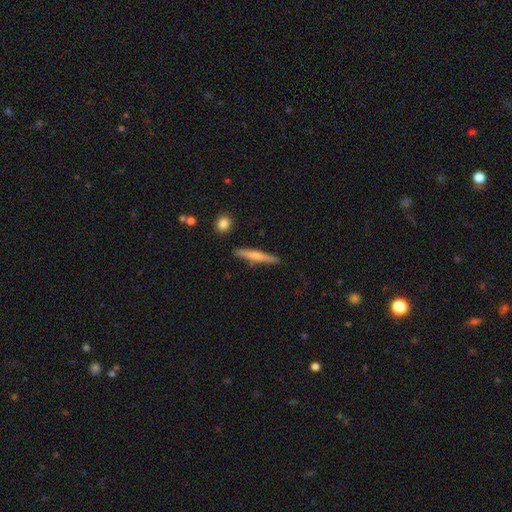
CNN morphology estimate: Smooth or featured: smooth — 56% (featured or disk — 38%)
How rounded: cigar-shaped — 94% (in between — 5%)
Merging: none — 87% (minor disturbance — 9%)